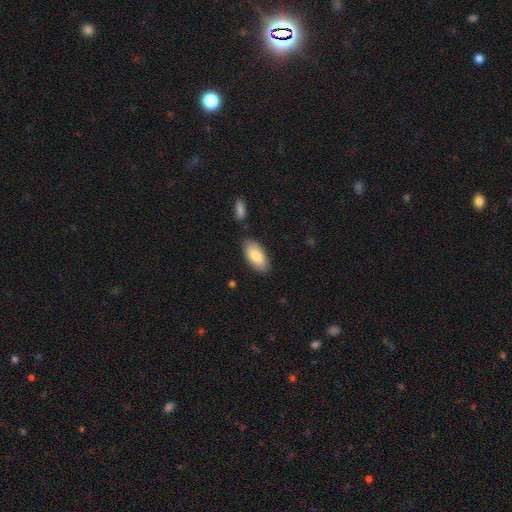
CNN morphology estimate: A smooth galaxy with no disk features (83%) that is in between round and cigar-shaped (90%).

Vote fractions:
- Smooth or featured? smooth: 83% / featured or disk: 12% / star or artifact: 6%
- How rounded? in between: 90% / cigar-shaped: 8% / round: 2%
- Merging? none: 82% / minor disturbance: 12% / merger: 3% / major disturbance: 3%